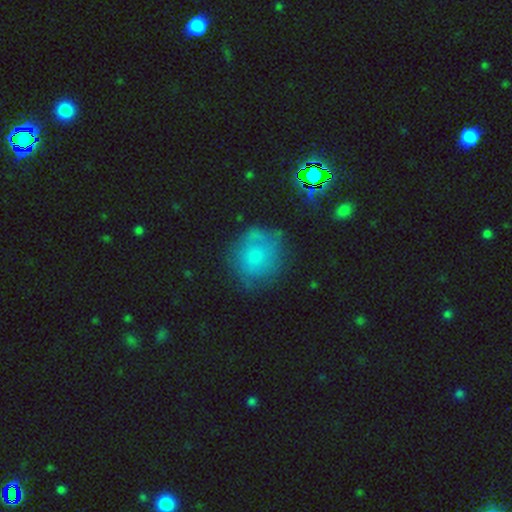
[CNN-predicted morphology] Smooth or featured: smooth — 62% (featured or disk — 23%)
How rounded: round — 79% (in between — 20%)
Merging: none — 61% (minor disturbance — 24%)